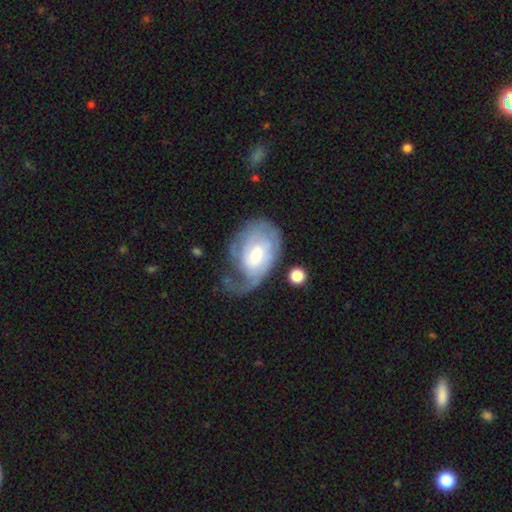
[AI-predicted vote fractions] Smooth or featured? featured or disk (73%)
Edge-on disk? no (97%)
Bar? no (52%)
Spiral arms? yes (88%)
Spiral winding? tight (48%)
Spiral arm count? can't tell (36%)
Bulge size? moderate (55%)
Merging? none (36%)